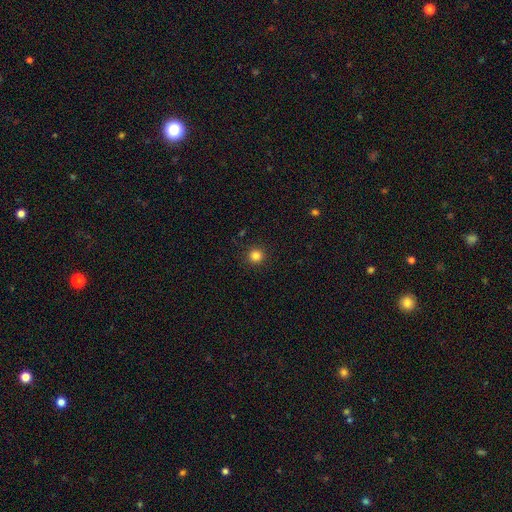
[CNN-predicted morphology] This appears to be a smooth galaxy with no disk features (84%) that is round (95%). Merging: none (92%).